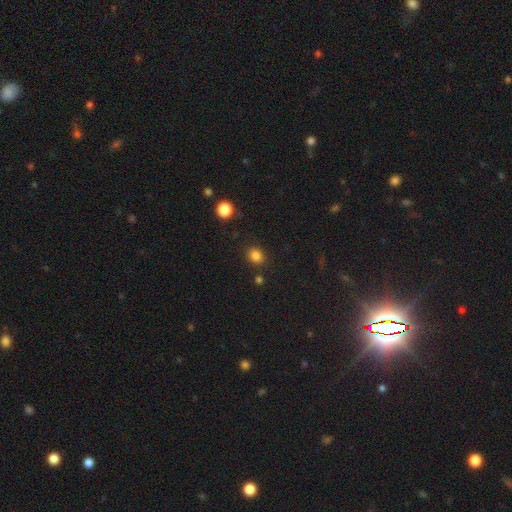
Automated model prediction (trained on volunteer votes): A smooth galaxy with no disk features (83%) that is round (69%). Merging: none (85%).